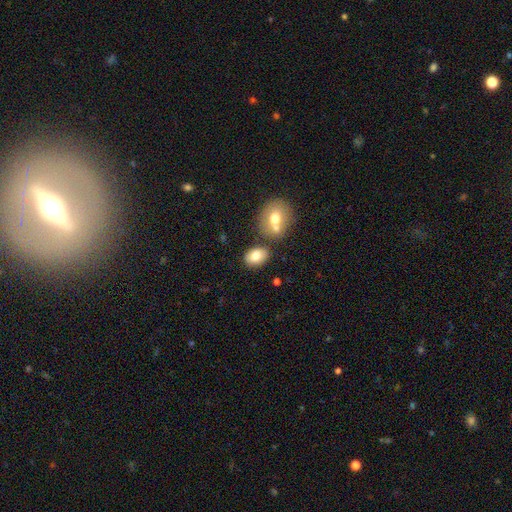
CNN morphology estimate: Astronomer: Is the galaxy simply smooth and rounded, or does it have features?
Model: smooth — 78%.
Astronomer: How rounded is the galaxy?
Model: in between — 78%.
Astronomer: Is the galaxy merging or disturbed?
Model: none — 69%.